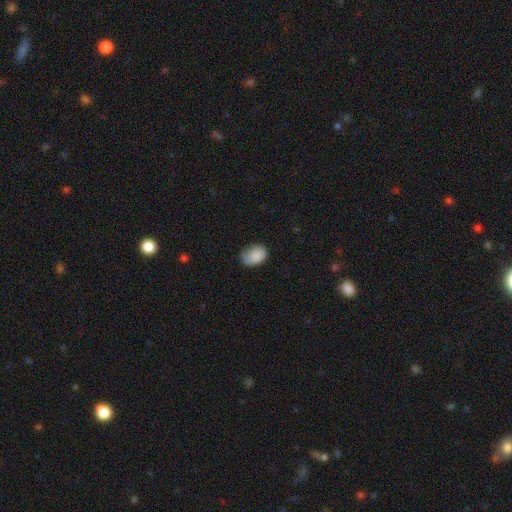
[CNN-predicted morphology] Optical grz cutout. It shows a smooth galaxy with no disk features (87%) that is in between round and cigar-shaped (80%). Merging: none (65%).